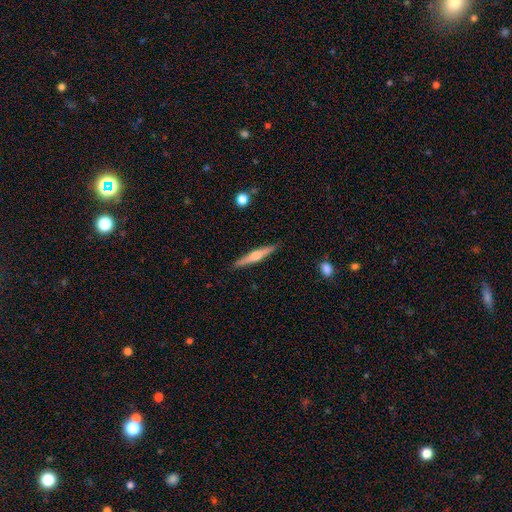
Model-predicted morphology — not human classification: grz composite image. It shows a featured or disk galaxy (57%) viewed edge-on (97%) with a rounded central bulge (78%). Merging: none (90%).